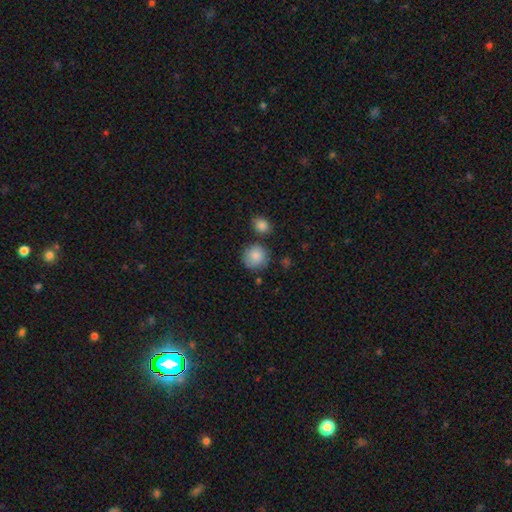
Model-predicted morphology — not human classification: Q: Smooth or featured?
A: smooth (85%); runner-up: star or artifact (8%)
Q: How rounded?
A: round (90%); runner-up: in between (9%)
Q: Merging?
A: none (73%); runner-up: minor disturbance (15%)